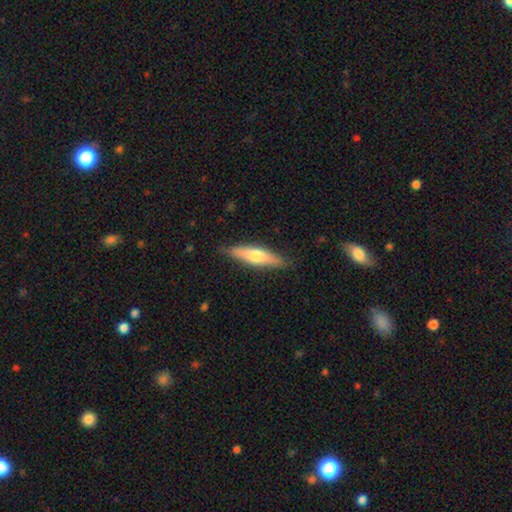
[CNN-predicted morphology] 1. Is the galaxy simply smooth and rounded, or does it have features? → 56% smooth, 39% featured or disk, 5% star or artifact.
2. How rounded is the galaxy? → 74% cigar-shaped, 24% in between, 2% round.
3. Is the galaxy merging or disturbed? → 85% none, 11% minor disturbance, 2% major disturbance, 1% merger.